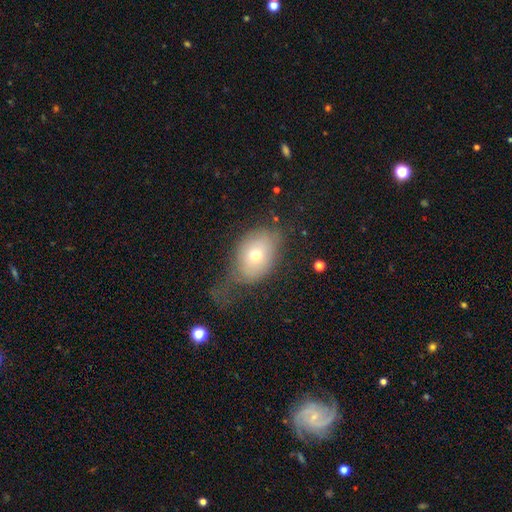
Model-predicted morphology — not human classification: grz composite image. It shows a smooth galaxy with no disk features (63%) that is in between round and cigar-shaped (78%). Merging: none (36%).